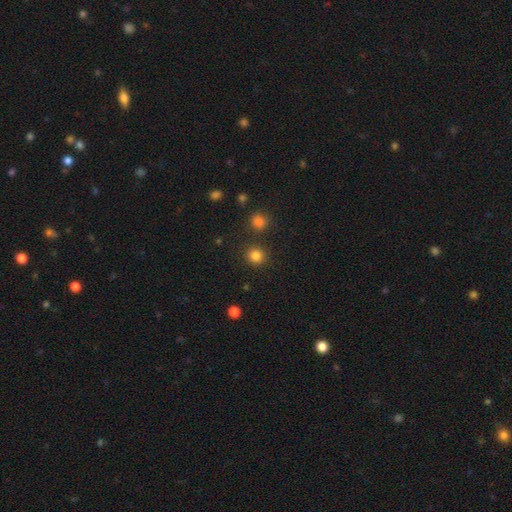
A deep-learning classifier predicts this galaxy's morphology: smooth 83%, star or artifact 13%, featured or disk 4%. Down the decision tree: how rounded — round (90%); merging — none (86%).